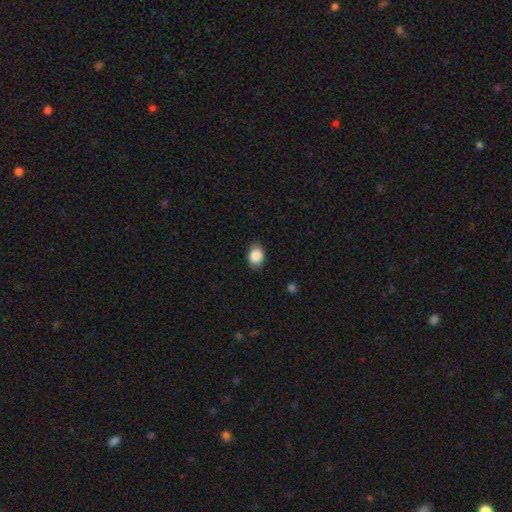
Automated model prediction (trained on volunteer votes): This appears to be a smooth galaxy with no disk features (88%) that is in between round and cigar-shaped (65%). Merging: none (83%).